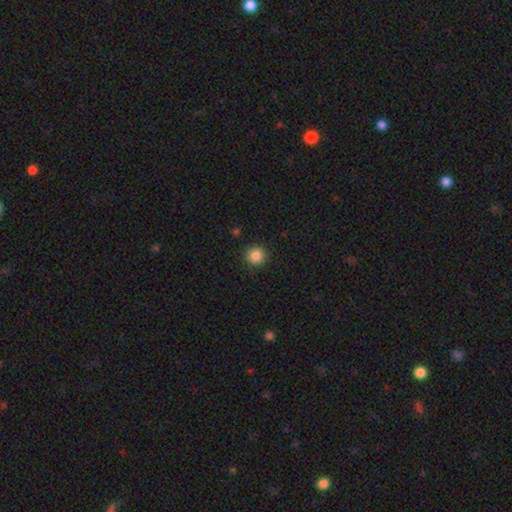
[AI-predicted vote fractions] The model was most divided on "smooth or featured": smooth: 86%, star or artifact: 10%, featured or disk: 4%. More confident: how rounded — round (94%); merging — none (91%).